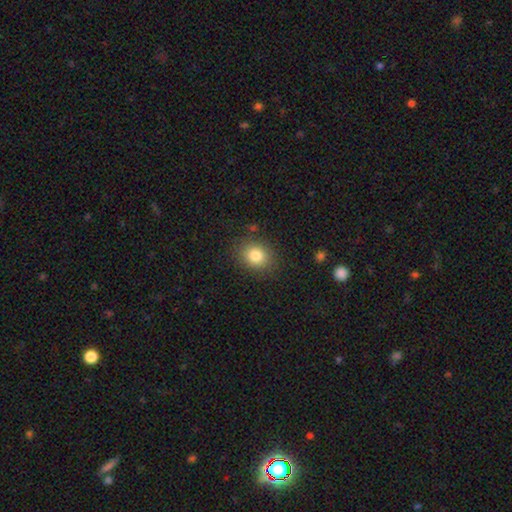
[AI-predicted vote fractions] smooth 82%, star or artifact 10%, featured or disk 8%. Down the decision tree: how rounded — round (60%); merging — none (85%).